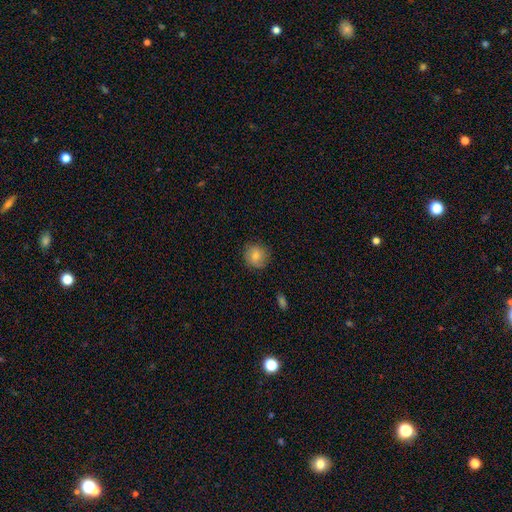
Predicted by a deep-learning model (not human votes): Smooth or featured?
  - smooth: 79% *
  - featured or disk: 13%
  - star or artifact: 8%
How rounded?
  - round: 90% *
  - in between: 9%
  - cigar-shaped: 1%
Merging?
  - none: 83% *
  - minor disturbance: 13%
  - major disturbance: 3%
  - merger: 1%